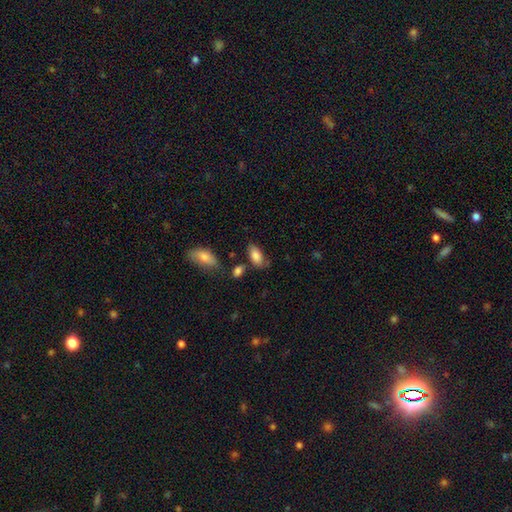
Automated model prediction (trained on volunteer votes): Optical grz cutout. It shows a smooth galaxy with no disk features (85%) that is in between round and cigar-shaped (92%). Merging: none (65%).